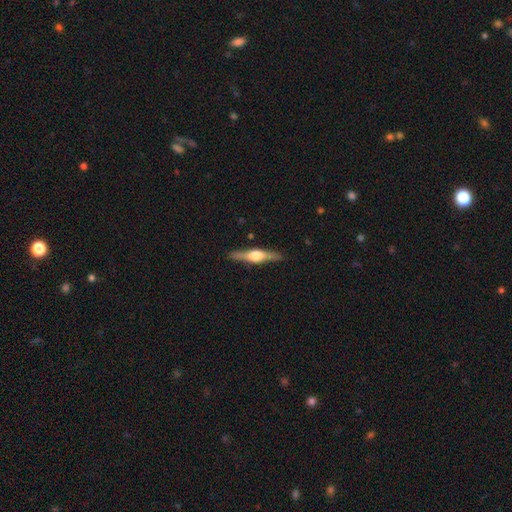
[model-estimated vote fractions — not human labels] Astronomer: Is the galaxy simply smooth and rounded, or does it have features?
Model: featured or disk — 73%.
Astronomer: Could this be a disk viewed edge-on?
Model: yes — 97%.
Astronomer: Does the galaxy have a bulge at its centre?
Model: rounded — 92%.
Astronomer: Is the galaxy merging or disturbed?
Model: none — 90%.